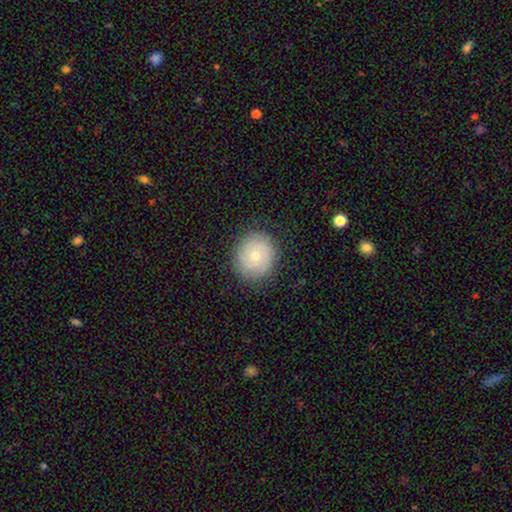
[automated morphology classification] This appears to be a smooth galaxy with no disk features (53%) that is round (84%). Merging: none (85%).